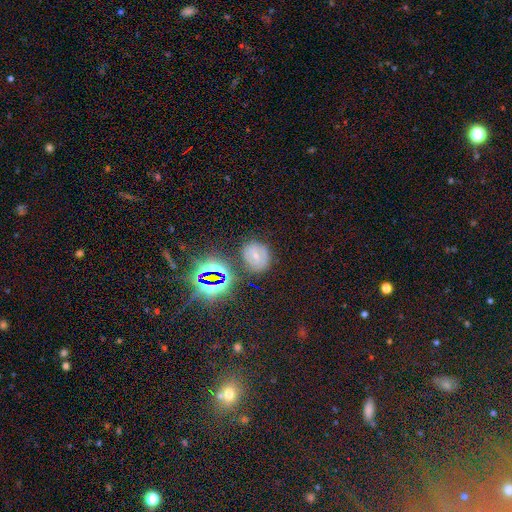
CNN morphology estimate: Smooth or featured? Predicted: featured or disk (p=0.38). Merging? Predicted: none (p=0.74).